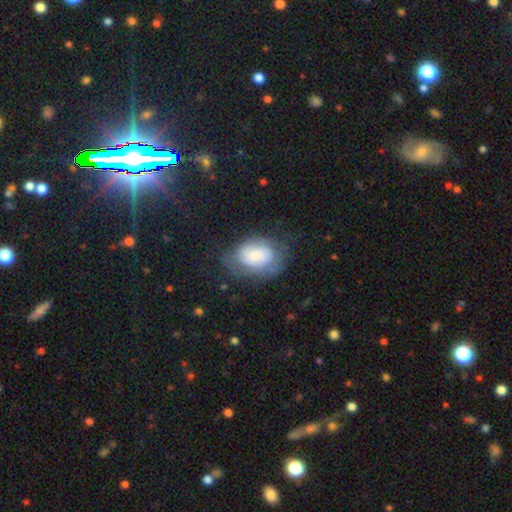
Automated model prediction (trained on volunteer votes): Morphology: type=smooth (50%); merging=none (52%).